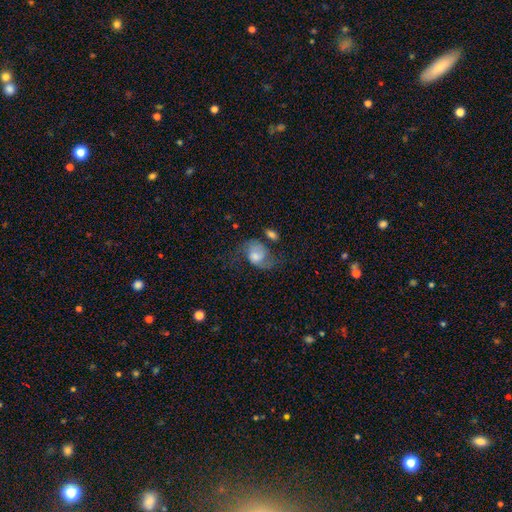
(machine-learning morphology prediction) Smooth or featured: featured or disk — 58% (smooth — 32%)
Edge-on disk: no — 97% (yes — 3%)
Bar: no — 65% (weak — 29%)
Spiral arms: yes — 87% (no — 13%)
Bulge size: moderate — 46% (small — 25%)
Merging: none — 46% (major disturbance — 24%)